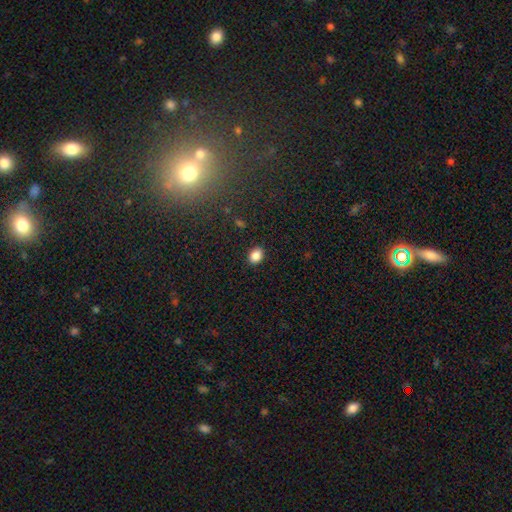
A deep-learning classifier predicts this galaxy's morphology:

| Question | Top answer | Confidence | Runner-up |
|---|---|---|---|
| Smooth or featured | smooth | 87% | star or artifact (10%) |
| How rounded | in between | 65% | round (34%) |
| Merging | none | 88% | minor disturbance (8%) |